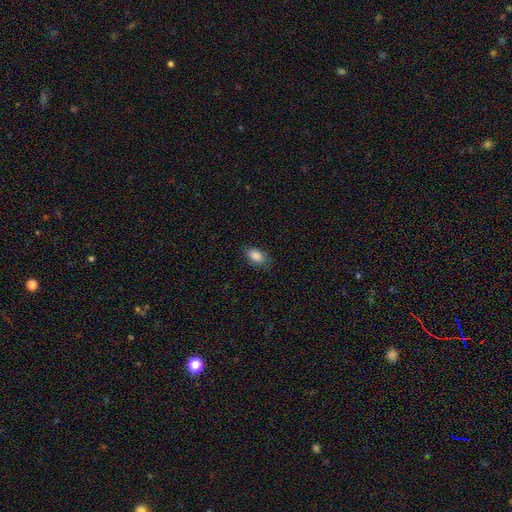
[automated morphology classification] Smooth or featured? smooth (88%)
How rounded? in between (90%)
Merging? none (81%)